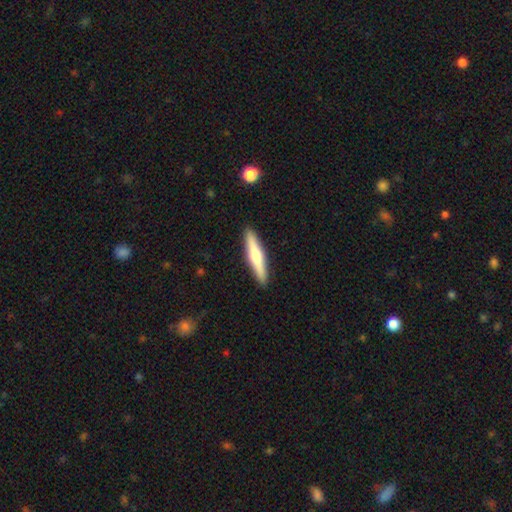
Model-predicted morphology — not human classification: smooth 52%, featured or disk 43%, star or artifact 5%. Down the decision tree: how rounded — cigar-shaped (90%); merging — none (91%).